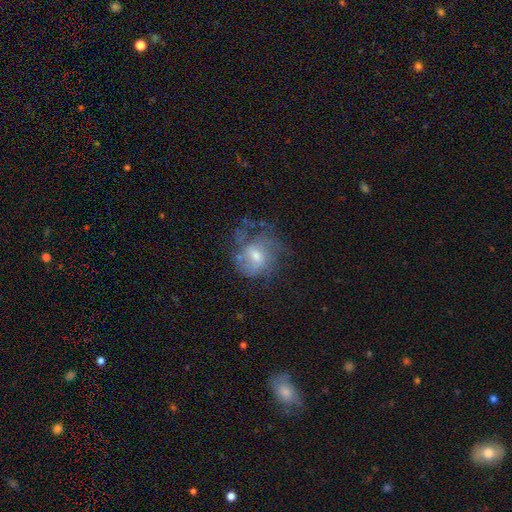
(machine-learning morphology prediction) This is likely a featured or disk galaxy (61%). It is clearly not viewed edge-on (97%). Bar: possibly no (55%). Spiral arm pattern: likely yes (68%). Central bulge: possibly moderate (54%). Merging: possibly none (47%).